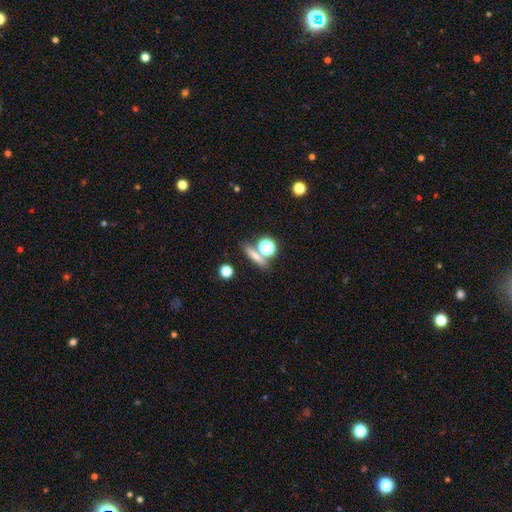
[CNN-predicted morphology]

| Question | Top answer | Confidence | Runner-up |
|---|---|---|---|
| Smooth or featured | smooth | 66% | star or artifact (17%) |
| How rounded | cigar-shaped | 49% | round (28%) |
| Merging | none | 71% | merger (16%) |